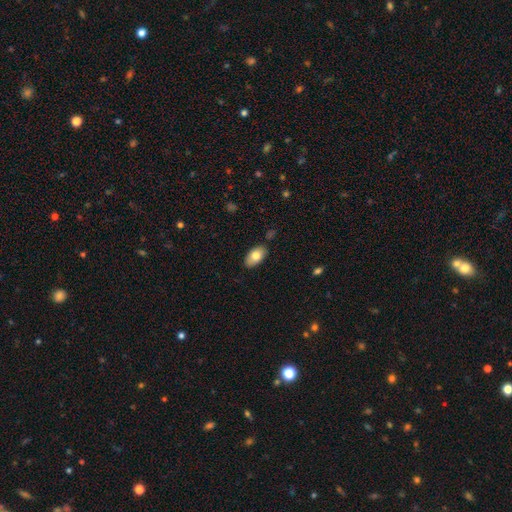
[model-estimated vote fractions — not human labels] Morphology: type=smooth (77%); roundness=in between (94%); merging=none (85%).